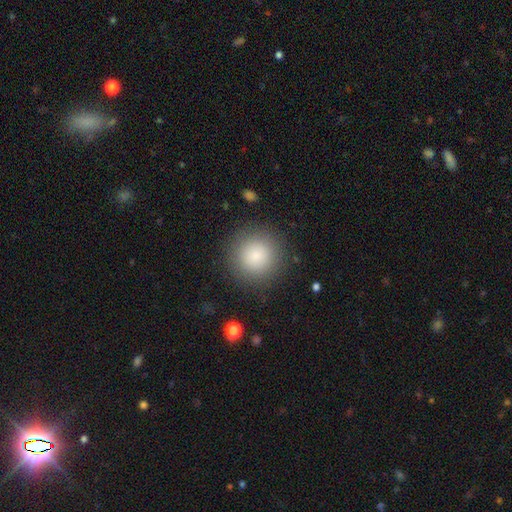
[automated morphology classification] This is clearly a smooth galaxy (85%). How rounded: clearly round (95%). Merging: clearly none (88%).